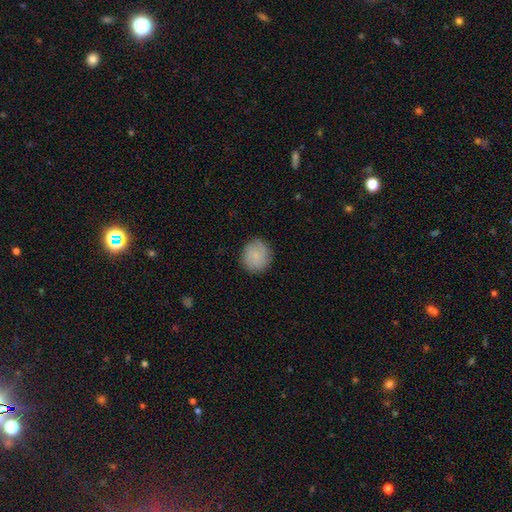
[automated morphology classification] type=smooth (71%); roundness=round (84%); merging=none (84%).